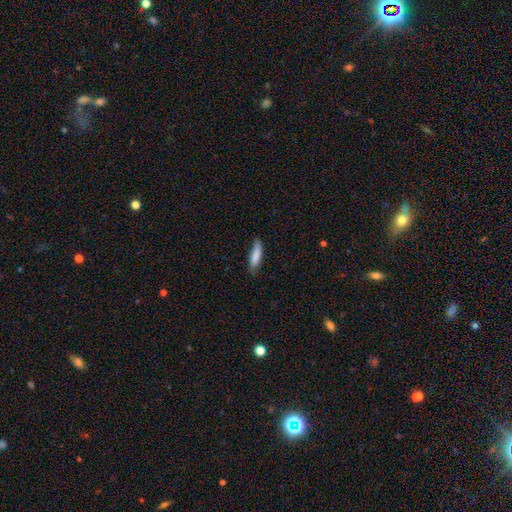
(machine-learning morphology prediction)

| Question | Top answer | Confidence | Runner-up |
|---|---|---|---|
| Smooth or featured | smooth | 84% | featured or disk (10%) |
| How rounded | cigar-shaped | 73% | in between (25%) |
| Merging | none | 76% | minor disturbance (20%) |